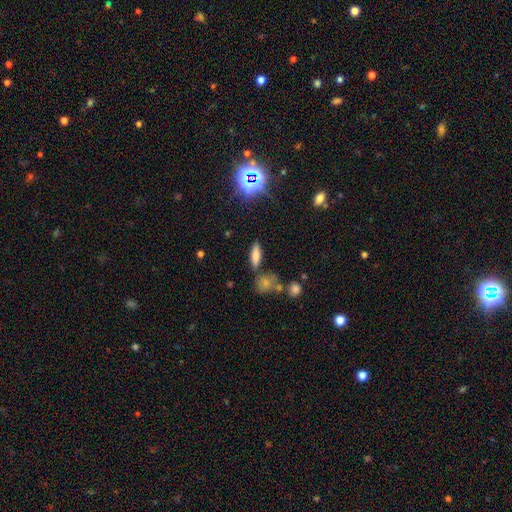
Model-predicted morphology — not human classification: smooth-or-featured: smooth: 65% | featured or disk: 21% | star or artifact: 14%
  how-rounded: cigar-shaped: 49% | in between: 47% | round: 4%
  merging: none: 77% | minor disturbance: 11% | merger: 8% | major disturbance: 4%